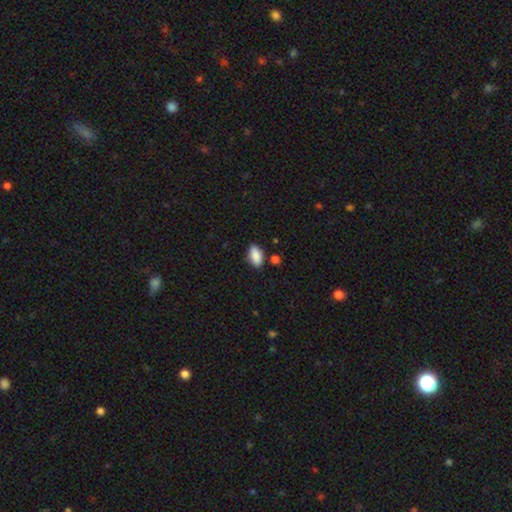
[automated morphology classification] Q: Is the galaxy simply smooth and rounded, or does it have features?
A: smooth — 88%.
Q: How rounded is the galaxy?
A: in between — 92%.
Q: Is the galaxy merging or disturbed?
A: none — 80%.